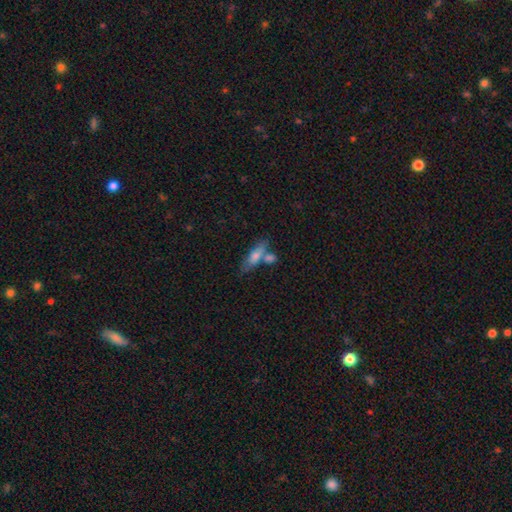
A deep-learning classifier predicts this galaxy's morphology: smooth_or_featured: smooth (p=0.69) [alt: featured or disk p=0.24]
how_rounded: cigar-shaped (p=0.55) [alt: in between p=0.42]
merging: none (p=0.51) [alt: merger p=0.29]